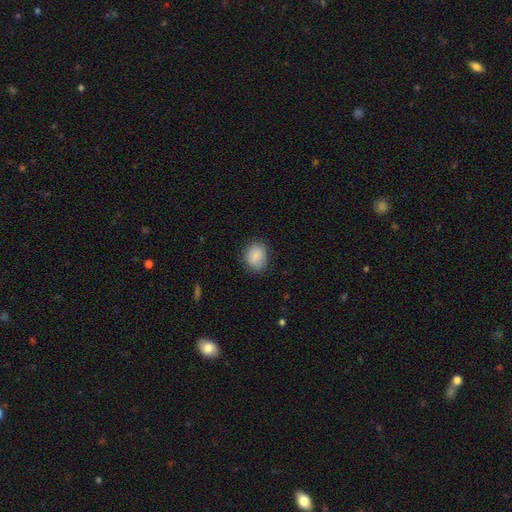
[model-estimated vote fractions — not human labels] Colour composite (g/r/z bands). It shows a smooth galaxy with no disk features (85%) that is round (50%). Merging: none (78%).